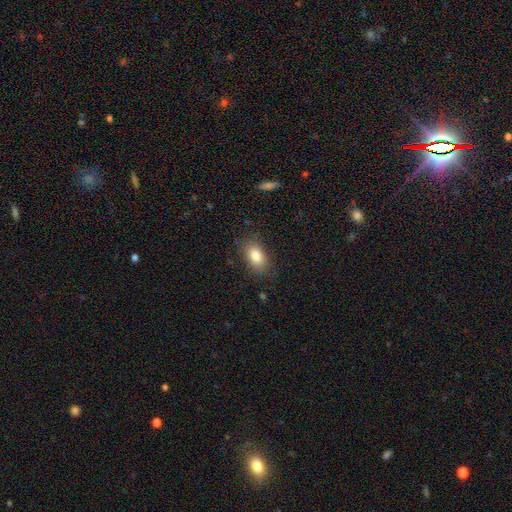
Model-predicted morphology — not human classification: smooth 83%, featured or disk 8%, star or artifact 8%. Down the decision tree: how rounded — in between (89%); merging — none (83%).